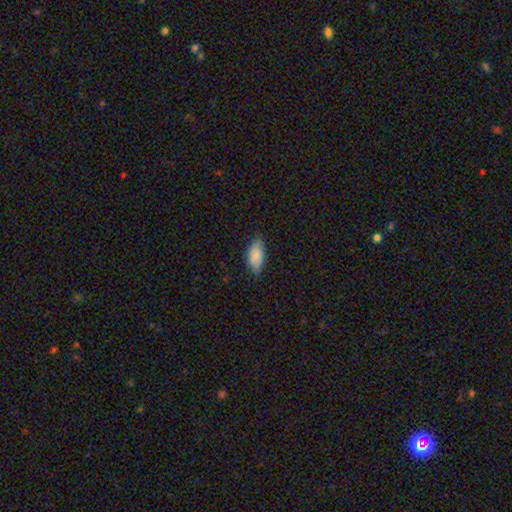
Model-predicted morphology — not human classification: type=smooth (87%); roundness=in between (92%); merging=none (78%).